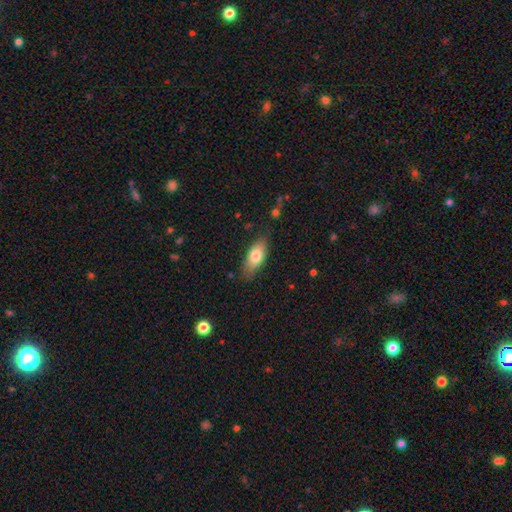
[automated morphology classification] Overall: smooth (75%). How rounded: in between (82%). Merging: none (80%).